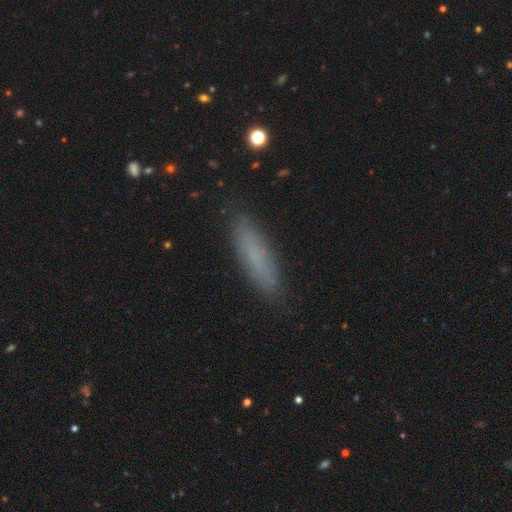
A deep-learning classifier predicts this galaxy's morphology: This is likely a smooth galaxy (73%). How rounded: likely cigar-shaped (69%). Merging: clearly none (87%).